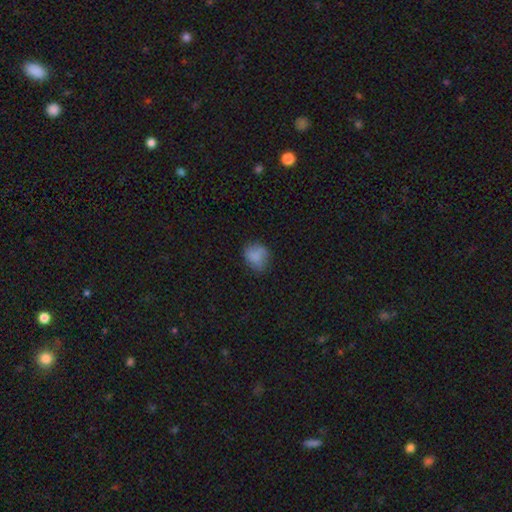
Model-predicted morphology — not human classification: Smooth or featured? Predicted: smooth (p=0.81). How rounded? Predicted: round (p=0.62). Merging? Predicted: none (p=0.66).